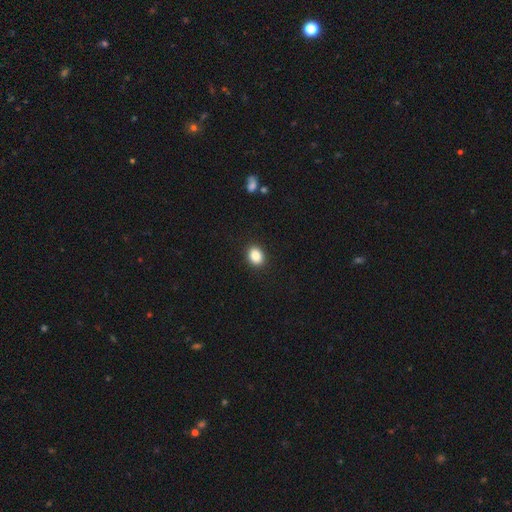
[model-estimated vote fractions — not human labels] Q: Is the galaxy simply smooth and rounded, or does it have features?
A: smooth — 87%.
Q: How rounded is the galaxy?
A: in between — 59%.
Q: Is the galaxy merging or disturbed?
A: none — 91%.